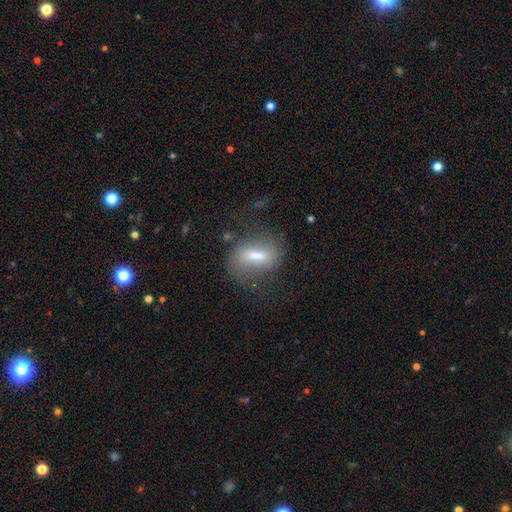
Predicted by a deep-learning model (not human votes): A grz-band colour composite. It shows a featured or disk galaxy (47%). Merging: none (57%).